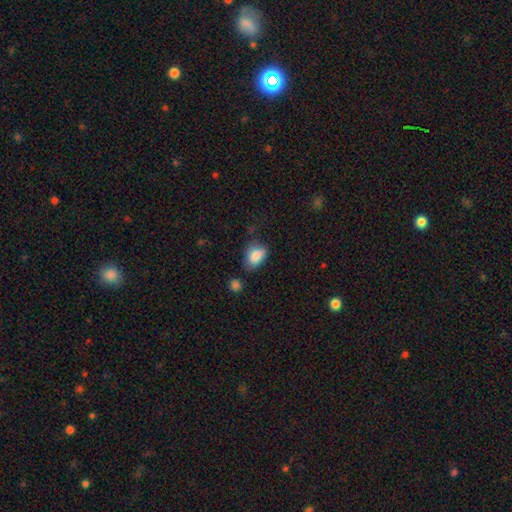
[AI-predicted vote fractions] A smooth galaxy with no disk features (85%) that is in between round and cigar-shaped (81%).

Vote fractions:
- Smooth or featured? smooth: 85% / star or artifact: 8% / featured or disk: 8%
- How rounded? in between: 81% / round: 18% / cigar-shaped: 1%
- Merging? none: 58% / minor disturbance: 29% / major disturbance: 8% / merger: 5%